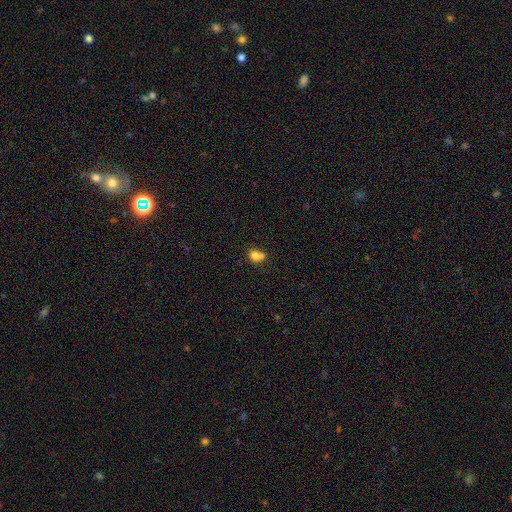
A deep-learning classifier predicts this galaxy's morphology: This is likely a smooth galaxy (75%). How rounded: likely round (63%). Merging: possibly merger (50%).